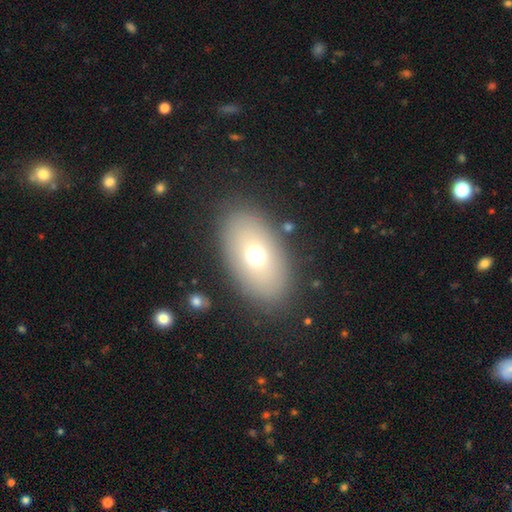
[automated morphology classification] Overall: smooth (67%). How rounded: in between (89%). Merging: none (85%).